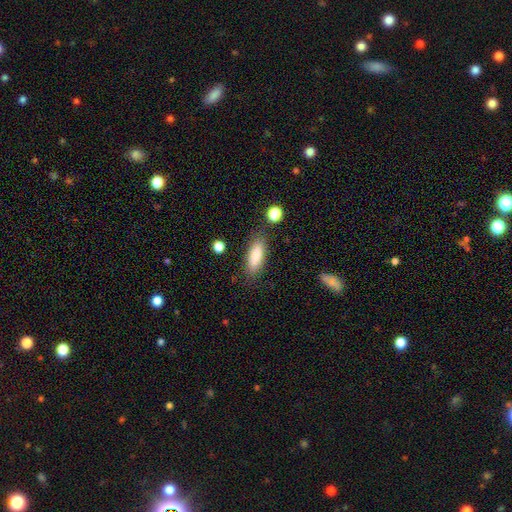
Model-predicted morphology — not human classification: smooth_or_featured: smooth (p=0.83) [alt: featured or disk p=0.10]
how_rounded: in between (p=0.69) [alt: cigar-shaped p=0.28]
merging: none (p=0.81) [alt: minor disturbance p=0.12]